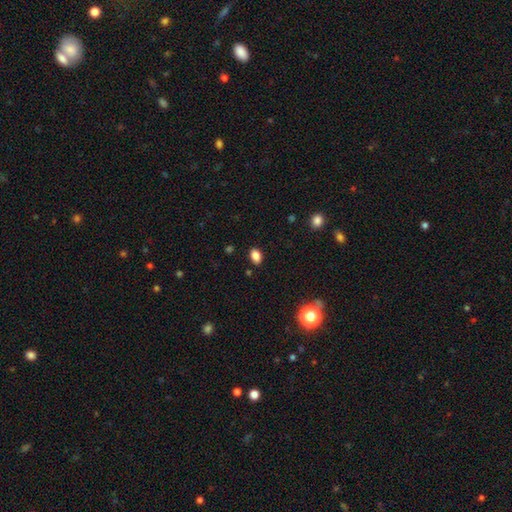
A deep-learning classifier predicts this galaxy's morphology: Smooth or featured?
  - smooth: 84% *
  - star or artifact: 11%
  - featured or disk: 5%
How rounded?
  - in between: 83% *
  - round: 16%
  - cigar-shaped: 1%
Merging?
  - none: 87% *
  - minor disturbance: 10%
  - major disturbance: 2%
  - merger: 1%